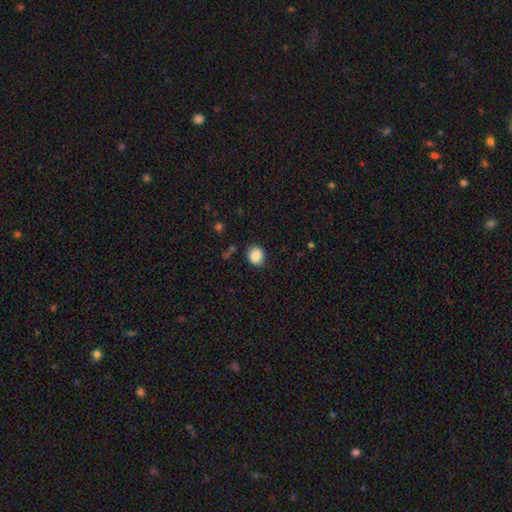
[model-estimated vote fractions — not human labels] Smooth or featured?
  - smooth: 88% *
  - star or artifact: 9%
  - featured or disk: 4%
How rounded?
  - round: 73% *
  - in between: 26%
  - cigar-shaped: 1%
Merging?
  - none: 85% *
  - minor disturbance: 11%
  - major disturbance: 3%
  - merger: 2%